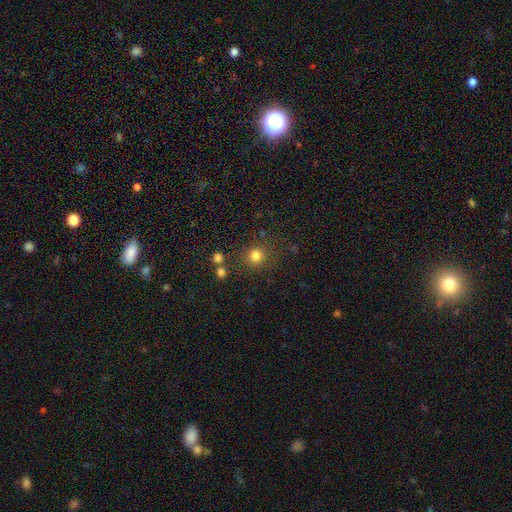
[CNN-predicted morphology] Smooth or featured? Predicted: smooth (p=0.81). How rounded? Predicted: round (p=0.90). Merging? Predicted: none (p=0.82).